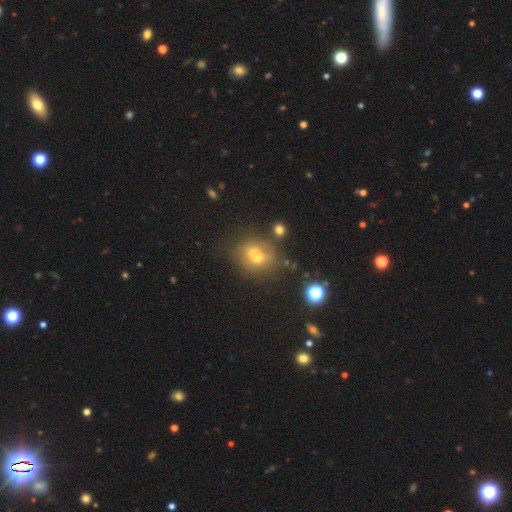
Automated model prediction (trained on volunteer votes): The model was most divided on "how rounded": in between: 50%, round: 46%, cigar-shaped: 4%. More confident: merging — none (62%); smooth or featured — smooth (60%).